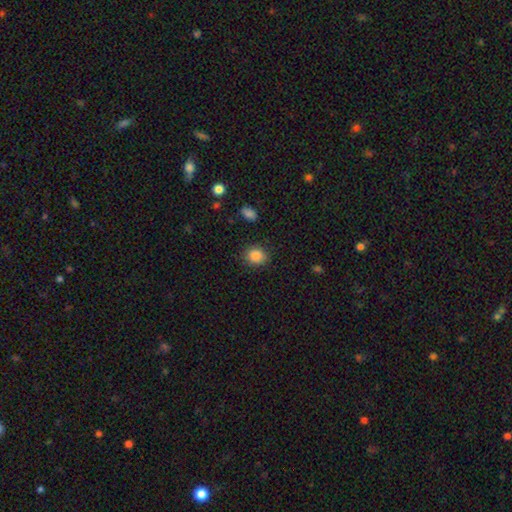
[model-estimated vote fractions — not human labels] Q: Smooth or featured?
A: smooth (85%); runner-up: star or artifact (10%)
Q: How rounded?
A: round (72%); runner-up: in between (28%)
Q: Merging?
A: none (87%); runner-up: minor disturbance (9%)